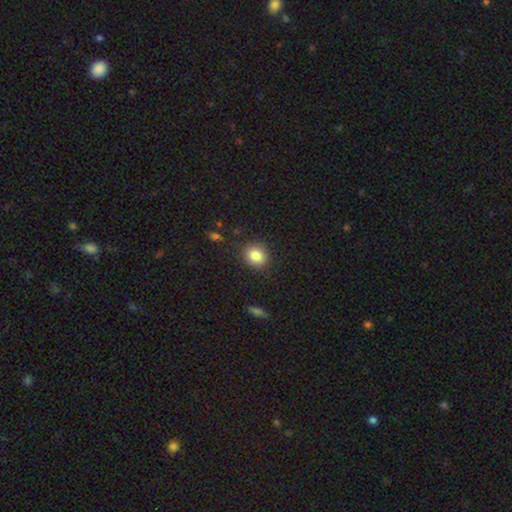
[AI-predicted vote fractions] The model was most divided on "how rounded": round: 75%, in between: 24%, cigar-shaped: 1%. More confident: merging — none (87%); smooth or featured — smooth (84%).